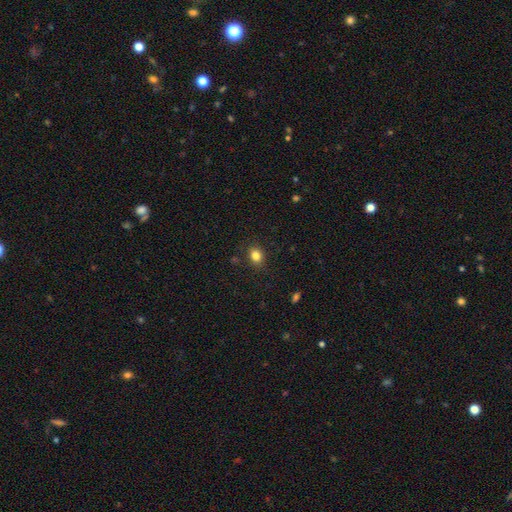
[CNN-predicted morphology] smooth 83%, star or artifact 11%, featured or disk 6%. Down the decision tree: how rounded — round (51%); merging — none (85%).